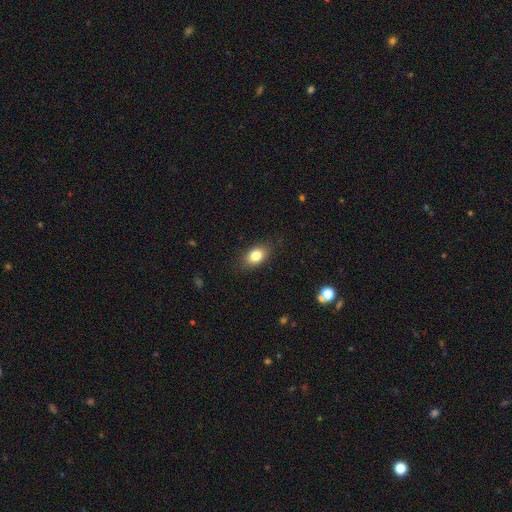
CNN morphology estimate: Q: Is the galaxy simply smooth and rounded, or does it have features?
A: smooth — 82%.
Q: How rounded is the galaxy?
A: in between — 81%.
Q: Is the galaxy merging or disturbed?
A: none — 84%.